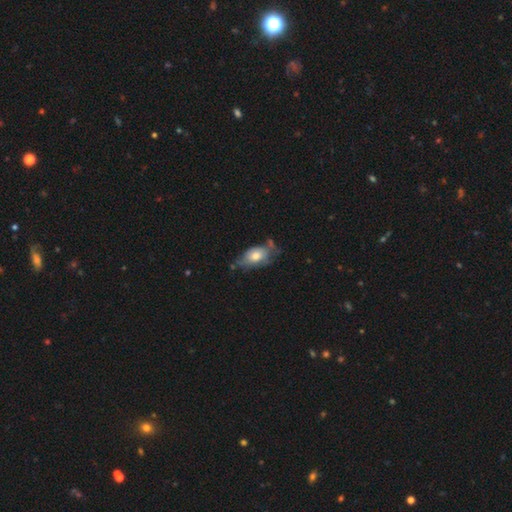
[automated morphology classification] smooth-or-featured: smooth: 61% | featured or disk: 32% | star or artifact: 7%
  how-rounded: in between: 88% | round: 8% | cigar-shaped: 4%
  merging: none: 44% | minor disturbance: 34% | major disturbance: 13% | merger: 9%